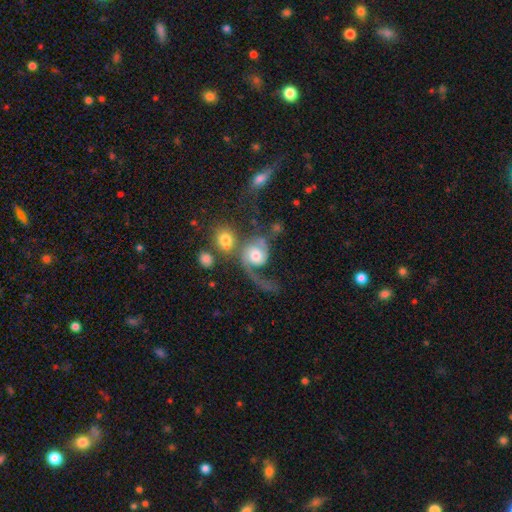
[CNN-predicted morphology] Overall: featured or disk (70%). Edge-on disk: no (98%). Bar: no (72%). Spiral arms: yes (90%). Spiral arm count: 1 (64%; 2 29%). Spiral winding: loose (61%; medium 28%). Bulge size: moderate (53%; large 26%). Merging: major disturbance (37%; merger 27%).